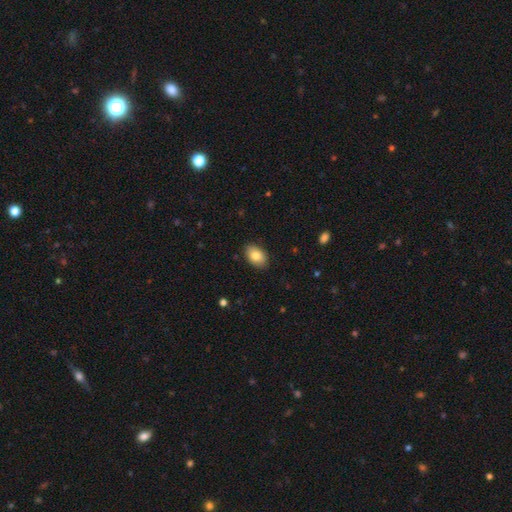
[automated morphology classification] smooth-or-featured: smooth: 82% | featured or disk: 11% | star or artifact: 7%
  how-rounded: in between: 89% | round: 10% | cigar-shaped: 1%
  merging: none: 88% | minor disturbance: 9% | major disturbance: 2% | merger: 1%